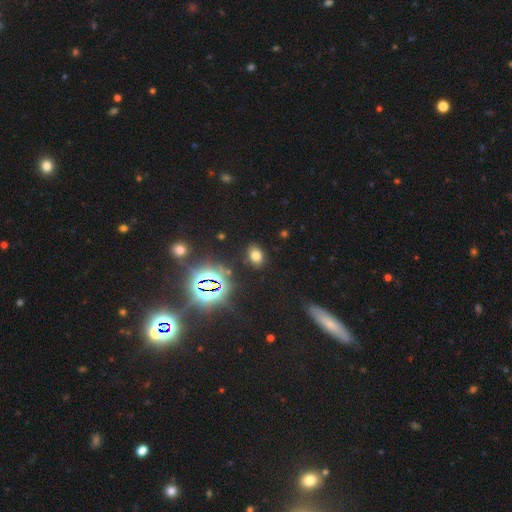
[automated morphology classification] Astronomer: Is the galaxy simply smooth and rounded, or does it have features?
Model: smooth — 66%.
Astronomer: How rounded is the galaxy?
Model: in between — 77%.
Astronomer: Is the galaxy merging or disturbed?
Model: none — 86%.